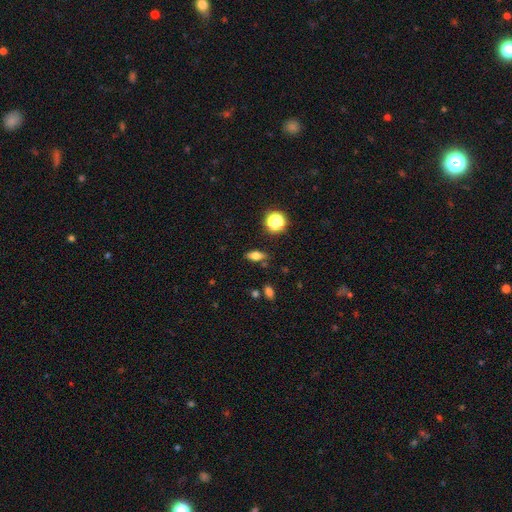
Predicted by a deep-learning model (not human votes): This is likely a smooth galaxy (69%). How rounded: likely in between (72%). Merging: clearly none (82%).